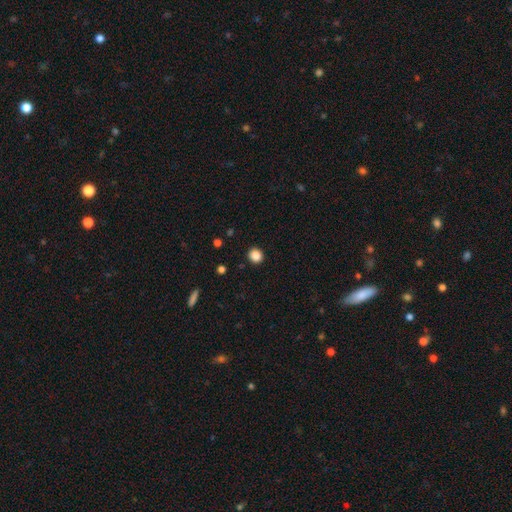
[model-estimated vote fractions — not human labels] Smooth or featured? Predicted: smooth (p=0.86). How rounded? Predicted: round (p=0.86). Merging? Predicted: none (p=0.92).